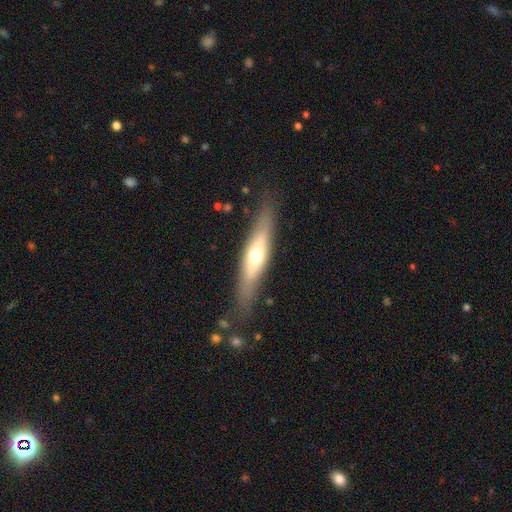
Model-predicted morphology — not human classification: Smooth or featured? featured or disk (48%)
Merging? none (82%)